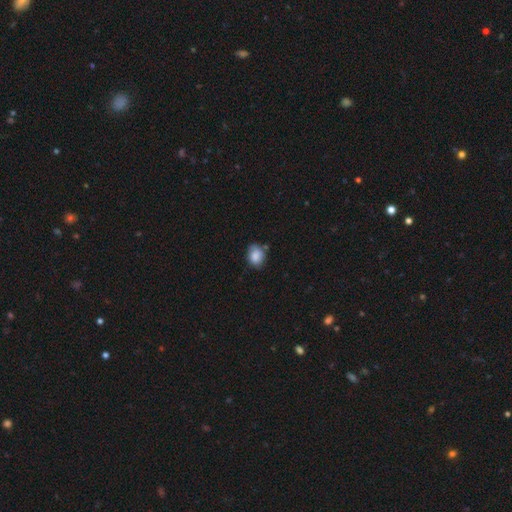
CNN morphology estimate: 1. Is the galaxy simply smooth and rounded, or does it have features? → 84% smooth, 8% star or artifact, 8% featured or disk.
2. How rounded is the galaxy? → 57% in between, 42% round, 1% cigar-shaped.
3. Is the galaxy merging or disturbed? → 65% none, 26% minor disturbance, 5% merger, 5% major disturbance.